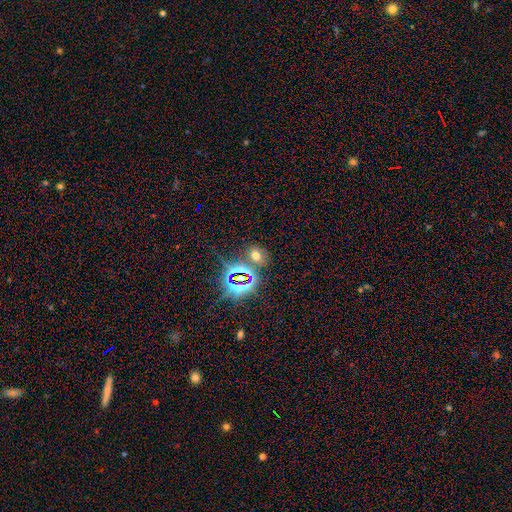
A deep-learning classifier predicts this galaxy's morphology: Smooth or featured? smooth (49%)
Merging? none (74%)